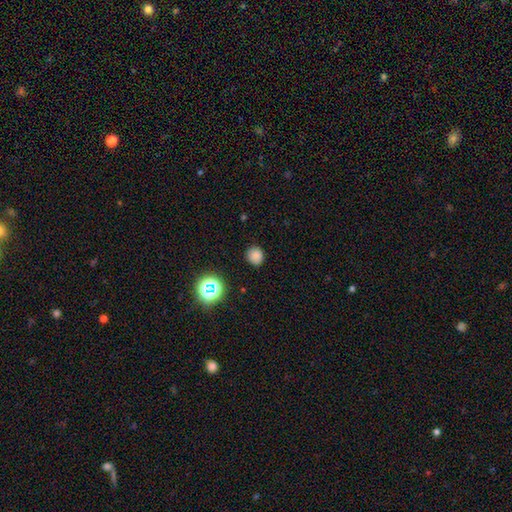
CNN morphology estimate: Smooth or featured?
  - smooth: 79% *
  - star or artifact: 17%
  - featured or disk: 5%
How rounded?
  - round: 82% *
  - in between: 17%
  - cigar-shaped: 1%
Merging?
  - none: 86% *
  - minor disturbance: 10%
  - major disturbance: 3%
  - merger: 1%